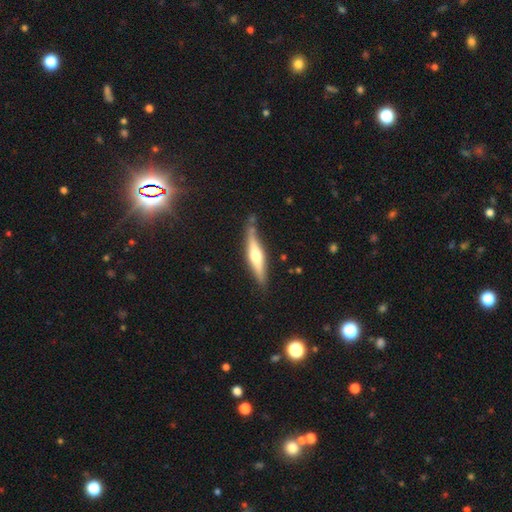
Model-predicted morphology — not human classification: Smooth or featured? featured or disk (58%)
Edge-on disk? yes (94%)
Edge-on bulge? rounded (88%)
Merging? none (80%)